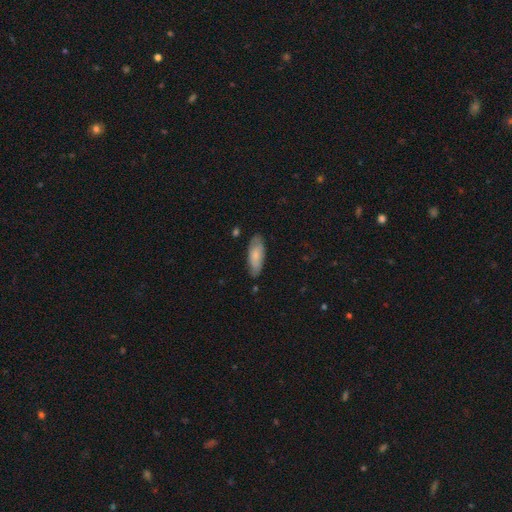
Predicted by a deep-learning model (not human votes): Smooth or featured? Predicted: smooth (p=0.71). How rounded? Predicted: in between (p=0.75). Merging? Predicted: none (p=0.76).